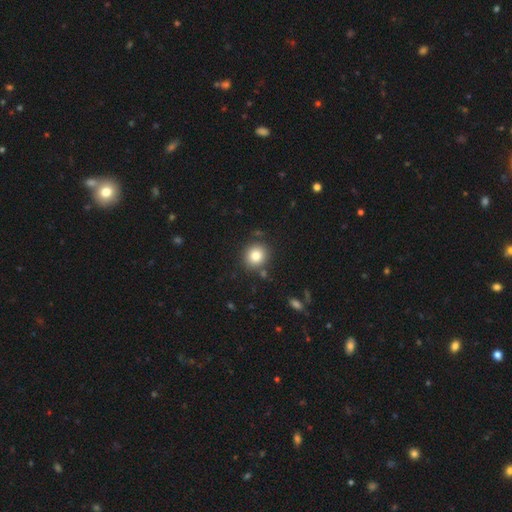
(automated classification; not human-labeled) smooth 82%, star or artifact 11%, featured or disk 8%. Down the decision tree: how rounded — round (87%); merging — none (85%).